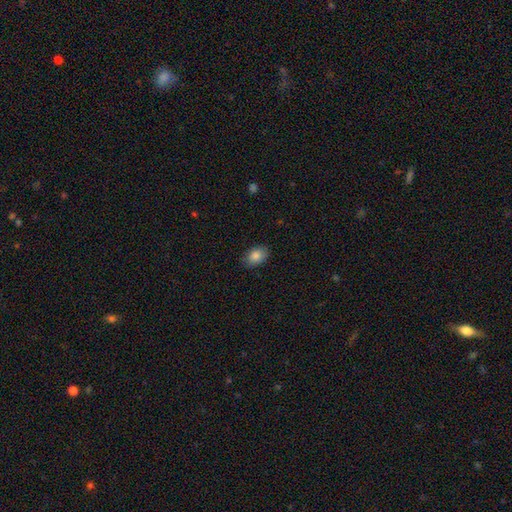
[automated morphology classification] A smooth galaxy with no disk features (85%) that is in between round and cigar-shaped (84%). Merging: none (85%).